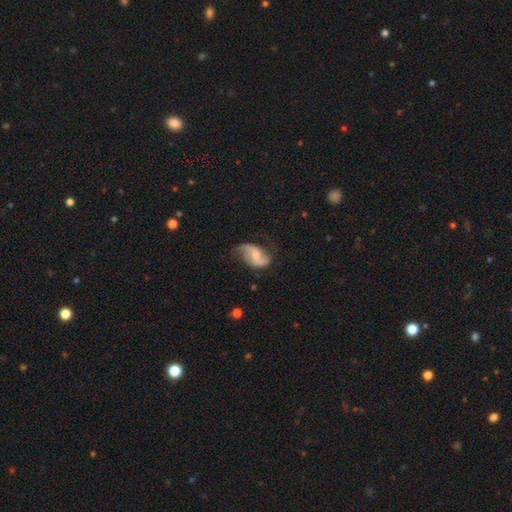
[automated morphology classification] Smooth or featured? featured or disk (72%)
Edge-on disk? no (97%)
Bar? no (46%)
Spiral arms? yes (92%)
Spiral winding? loose (59%)
Spiral arm count? 2 (88%)
Bulge size? small (42%)
Merging? none (57%)